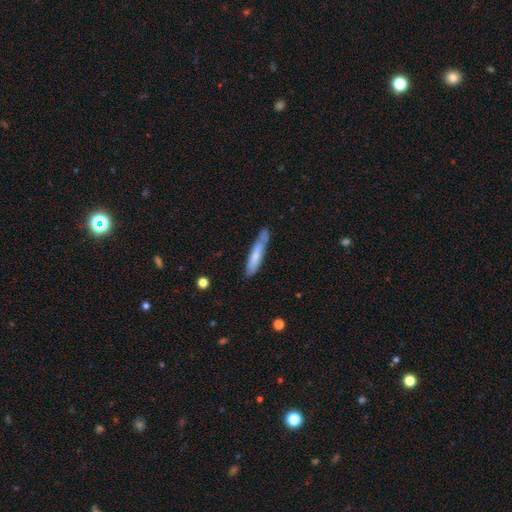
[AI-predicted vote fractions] Smooth or featured? smooth (67%)
How rounded? cigar-shaped (88%)
Merging? none (67%)